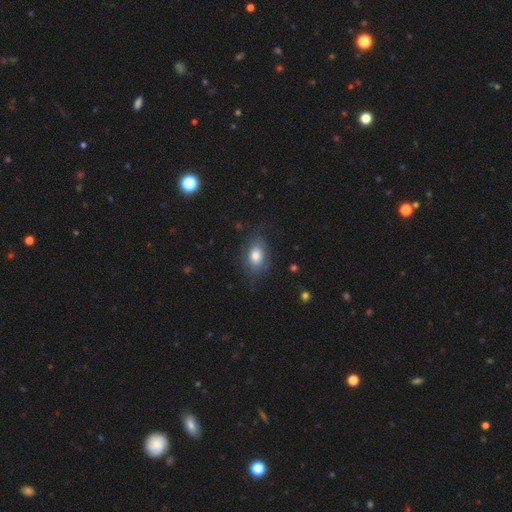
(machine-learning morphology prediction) The model was most divided on "smooth or featured": smooth: 62%, featured or disk: 31%, star or artifact: 8%. More confident: how rounded — in between (82%); merging — none (64%).